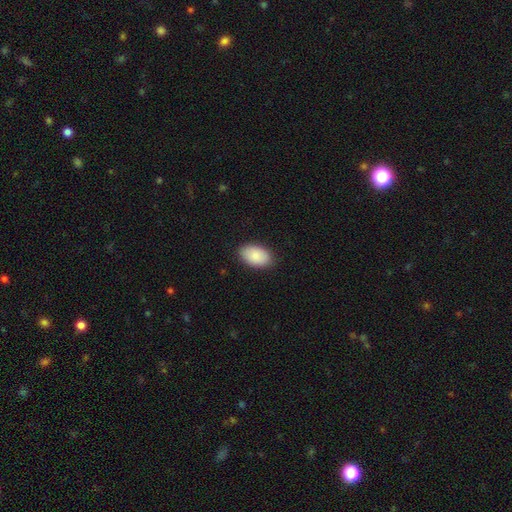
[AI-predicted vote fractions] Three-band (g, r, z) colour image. It shows a smooth galaxy with no disk features (88%) that is in between round and cigar-shaped (94%). Merging: none (87%).